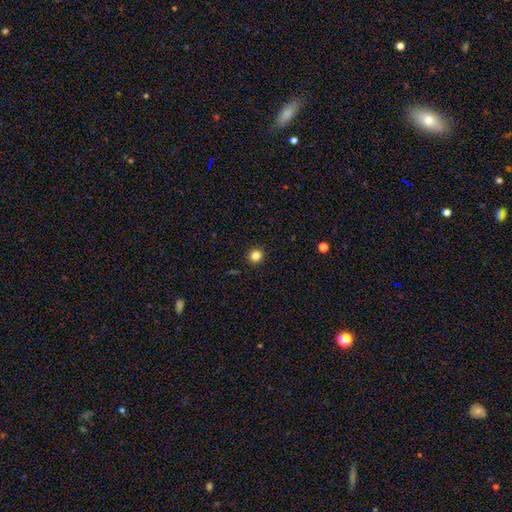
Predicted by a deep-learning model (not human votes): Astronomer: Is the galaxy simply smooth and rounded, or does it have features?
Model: smooth — 83%.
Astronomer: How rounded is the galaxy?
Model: round — 96%.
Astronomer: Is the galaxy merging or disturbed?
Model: none — 93%.